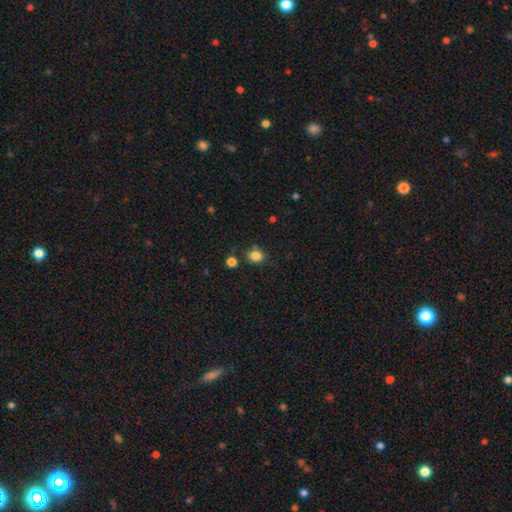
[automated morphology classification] smooth-or-featured: smooth: 83% | star or artifact: 12% | featured or disk: 5%
  how-rounded: round: 73% | in between: 26% | cigar-shaped: 1%
  merging: none: 76% | minor disturbance: 15% | merger: 5% | major disturbance: 4%